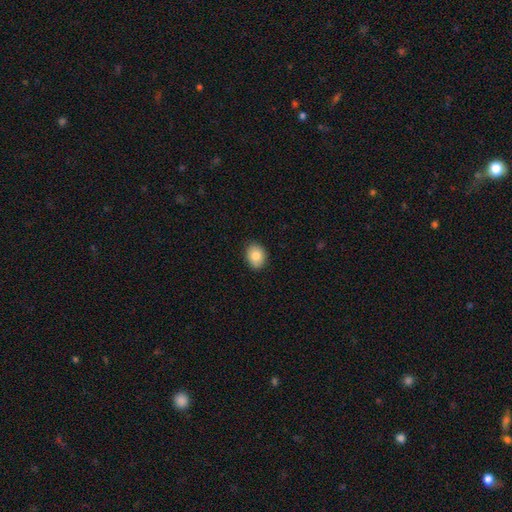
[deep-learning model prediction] This appears to be a smooth galaxy with no disk features (83%) that is in between round and cigar-shaped (56%). Merging: none (88%).